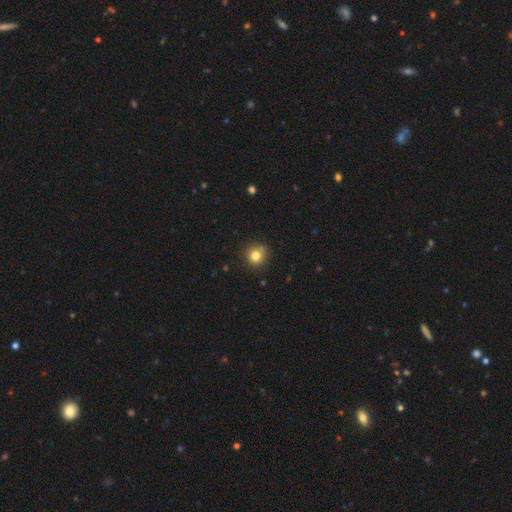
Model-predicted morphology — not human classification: Smooth or featured? smooth (81%)
How rounded? round (92%)
Merging? none (84%)